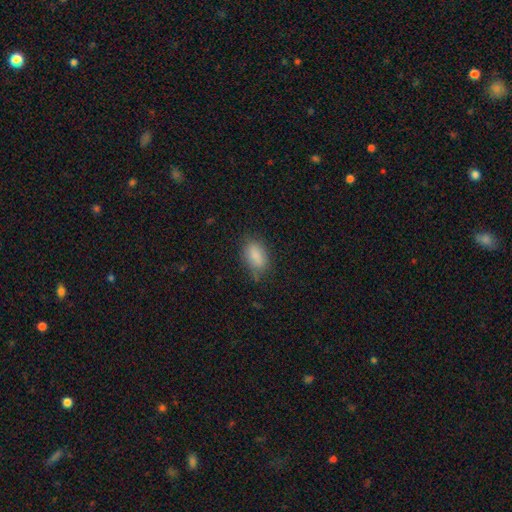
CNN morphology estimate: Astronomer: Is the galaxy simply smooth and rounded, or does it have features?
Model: smooth — 85%.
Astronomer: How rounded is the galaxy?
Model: in between — 88%.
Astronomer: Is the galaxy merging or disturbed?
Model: none — 70%.